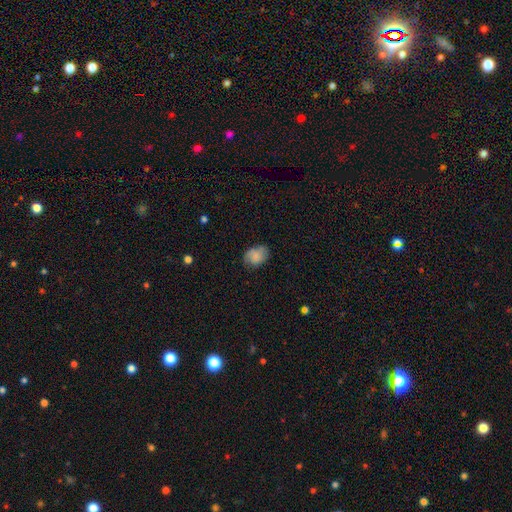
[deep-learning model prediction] This appears to be a smooth galaxy with no disk features (73%) that is in between round and cigar-shaped (74%). Merging: none (66%).